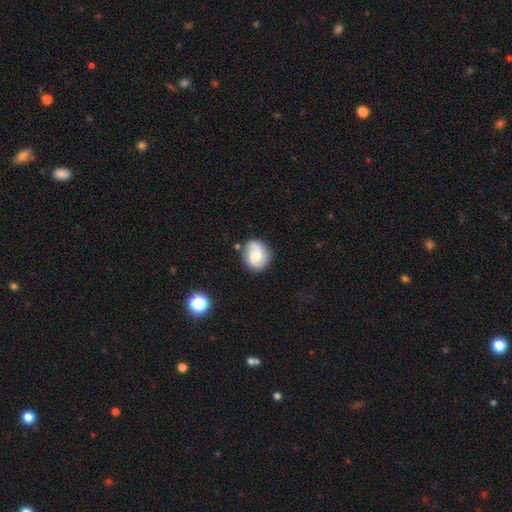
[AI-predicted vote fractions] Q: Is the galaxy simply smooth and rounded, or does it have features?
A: featured or disk — 63%.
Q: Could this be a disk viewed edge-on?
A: no — 98%.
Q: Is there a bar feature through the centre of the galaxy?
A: no — 47%.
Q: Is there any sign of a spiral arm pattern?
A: yes — 92%.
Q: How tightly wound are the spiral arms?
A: medium — 44%.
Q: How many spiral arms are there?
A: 2 — 81%.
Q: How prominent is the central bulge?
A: moderate — 55%.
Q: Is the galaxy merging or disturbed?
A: none — 72%.